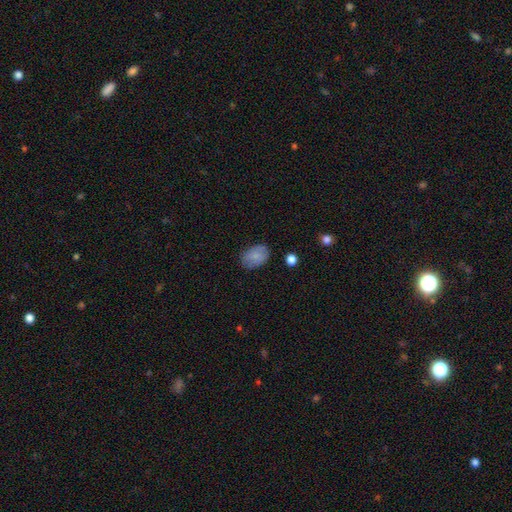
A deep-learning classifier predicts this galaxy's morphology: This appears to be a smooth galaxy with no disk features (80%) that is in between round and cigar-shaped (81%). Merging: none (78%).